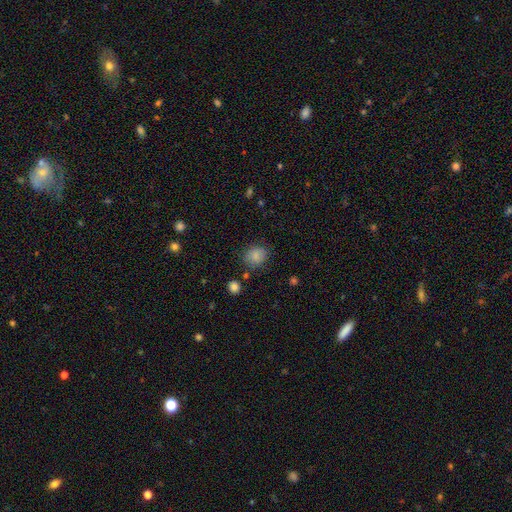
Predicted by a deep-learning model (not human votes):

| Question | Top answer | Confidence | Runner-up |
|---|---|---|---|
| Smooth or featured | smooth | 83% | star or artifact (10%) |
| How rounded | round | 68% | in between (31%) |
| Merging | none | 80% | minor disturbance (13%) |